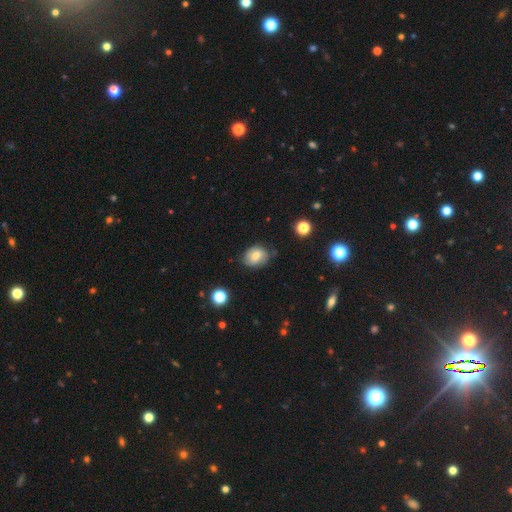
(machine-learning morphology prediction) smooth-or-featured: smooth: 73% | featured or disk: 17% | star or artifact: 10%
  how-rounded: in between: 57% | round: 41% | cigar-shaped: 1%
  merging: none: 67% | minor disturbance: 25% | major disturbance: 5% | merger: 3%